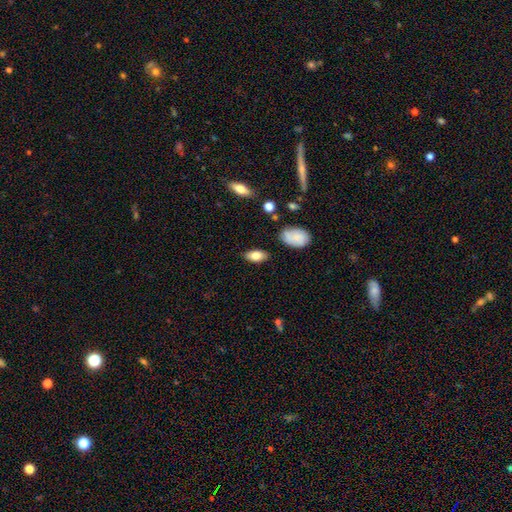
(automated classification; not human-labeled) Smooth or featured?
  - smooth: 79% *
  - featured or disk: 13%
  - star or artifact: 8%
How rounded?
  - in between: 91% *
  - cigar-shaped: 6%
  - round: 4%
Merging?
  - none: 84% *
  - minor disturbance: 11%
  - major disturbance: 3%
  - merger: 2%